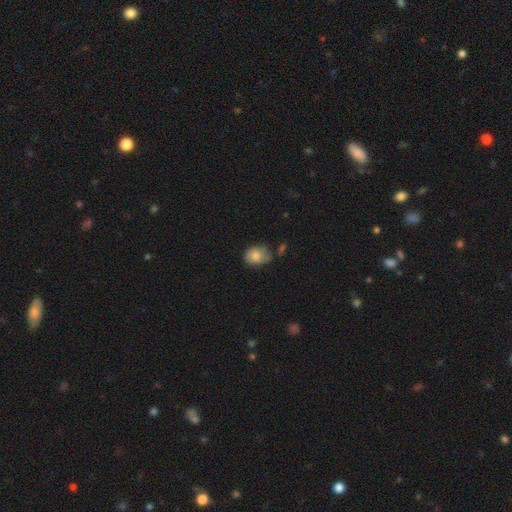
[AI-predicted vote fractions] This is likely a smooth galaxy (79%). How rounded: likely in between (62%). Merging: possibly none (53%).